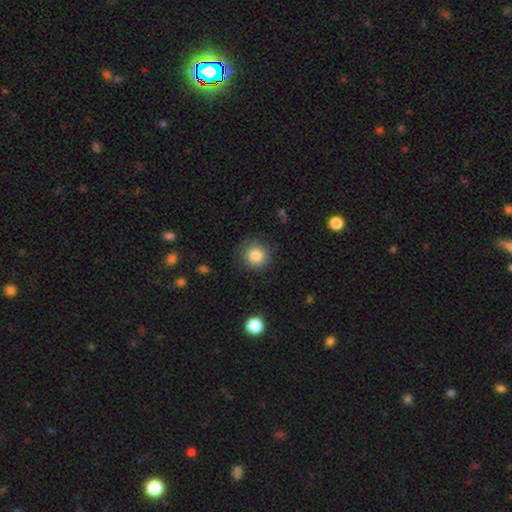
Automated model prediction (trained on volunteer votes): A smooth galaxy with no disk features (84%) that is round (87%). Merging: none (78%).